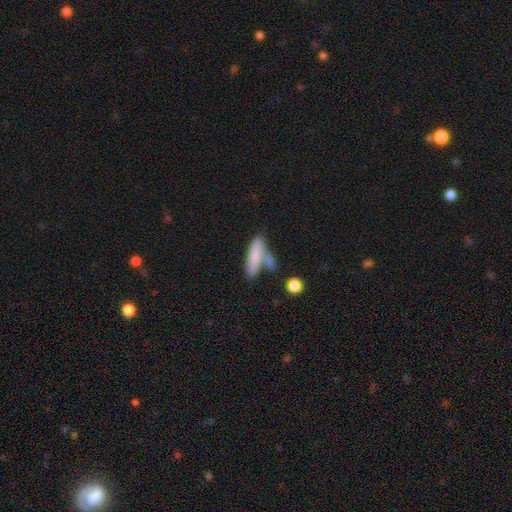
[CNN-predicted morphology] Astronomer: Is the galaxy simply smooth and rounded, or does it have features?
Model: smooth — 76%.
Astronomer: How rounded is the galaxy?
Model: cigar-shaped — 57% (runner-up: in between, 40%).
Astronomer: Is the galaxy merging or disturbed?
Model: none — 48% (runner-up: merger, 30%).